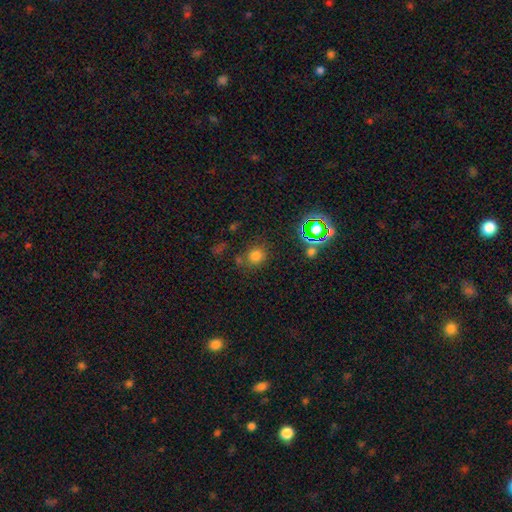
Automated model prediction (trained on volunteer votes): A smooth galaxy with no disk features (71%) that is round (79%). Merging: none (72%).